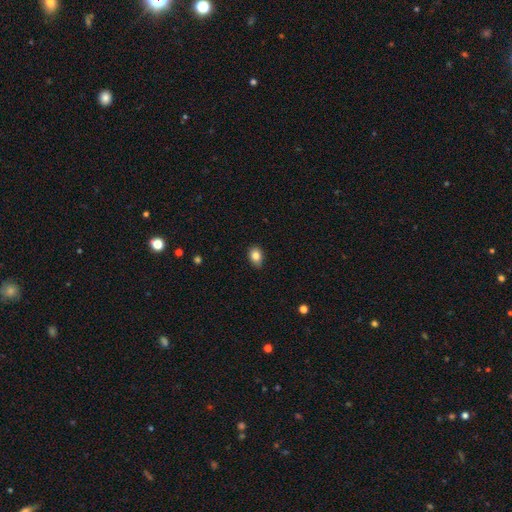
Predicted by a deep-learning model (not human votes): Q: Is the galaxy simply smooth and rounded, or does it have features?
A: smooth — 84%.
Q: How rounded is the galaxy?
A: in between — 70%.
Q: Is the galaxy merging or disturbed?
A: none — 85%.